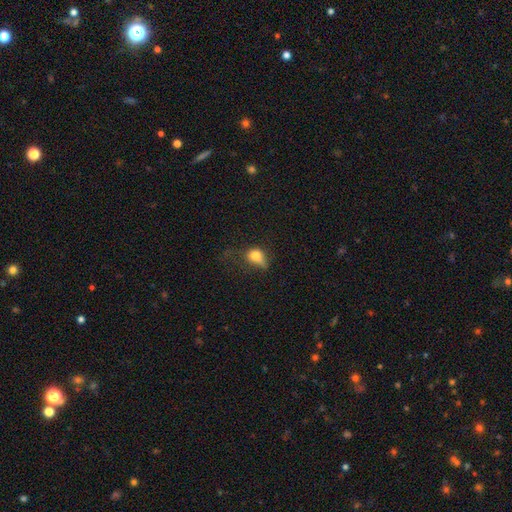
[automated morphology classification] This appears to be a smooth galaxy with no disk features (73%) that is in between round and cigar-shaped (49%). Merging: major disturbance (38%).